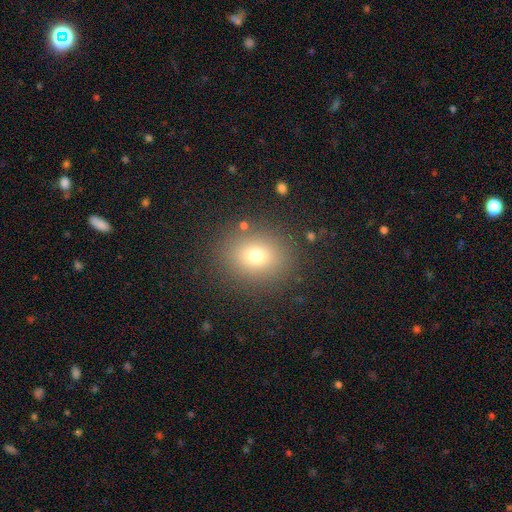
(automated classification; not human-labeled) A smooth galaxy with no disk features (72%) that is round (60%).

Vote fractions:
- Smooth or featured? smooth: 72% / star or artifact: 17% / featured or disk: 11%
- How rounded? round: 60% / in between: 39% / cigar-shaped: 1%
- Merging? none: 87% / minor disturbance: 8% / major disturbance: 3% / merger: 2%